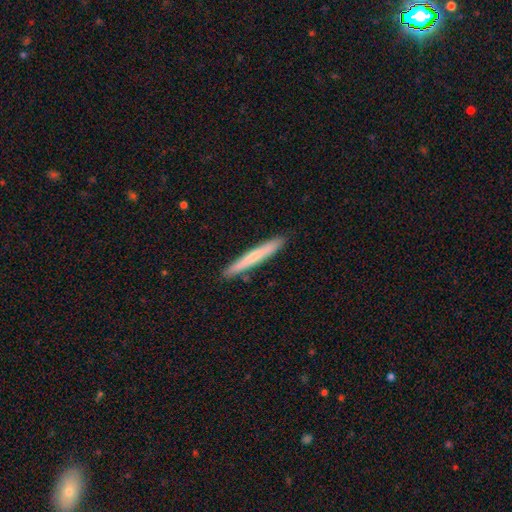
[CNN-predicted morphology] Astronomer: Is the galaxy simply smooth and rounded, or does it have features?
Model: smooth — 66%.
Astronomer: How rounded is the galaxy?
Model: cigar-shaped — 96%.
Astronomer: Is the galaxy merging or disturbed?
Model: none — 90%.